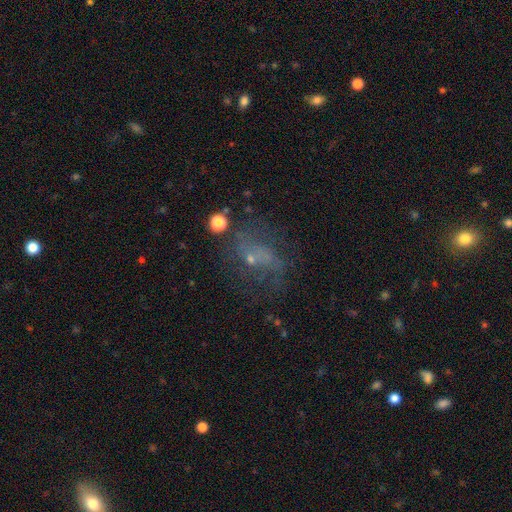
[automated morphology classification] A featured or disk galaxy (46%).

Vote fractions:
- Smooth or featured? featured or disk: 46% / smooth: 30% / star or artifact: 23%
- Merging? none: 47% / major disturbance: 27% / minor disturbance: 20% / merger: 5%